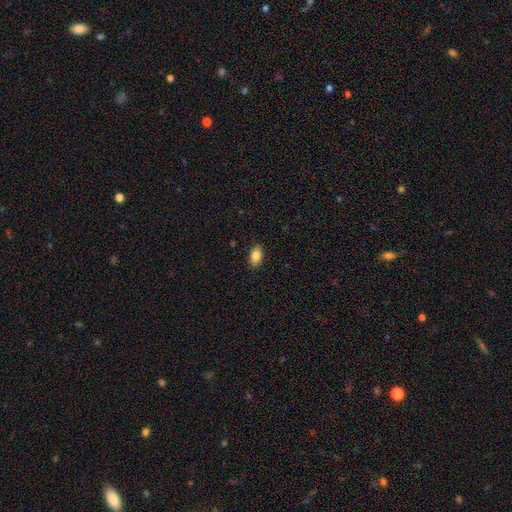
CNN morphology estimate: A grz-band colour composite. It shows a smooth galaxy with no disk features (86%) that is in between round and cigar-shaped (90%). Merging: none (88%).